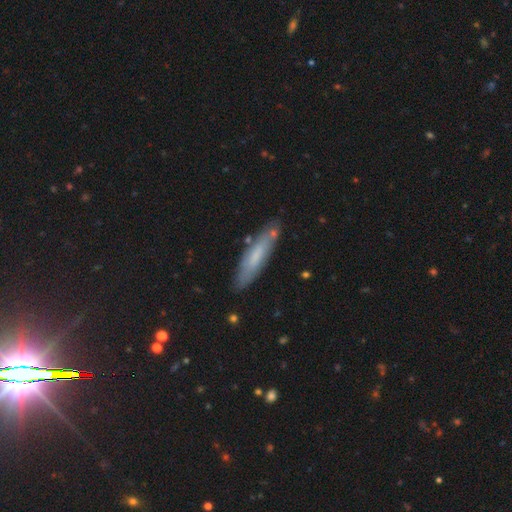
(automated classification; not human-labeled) The model was most divided on "smooth or featured": smooth: 57%, featured or disk: 36%, star or artifact: 7%. More confident: how rounded — cigar-shaped (81%); merging — none (81%).